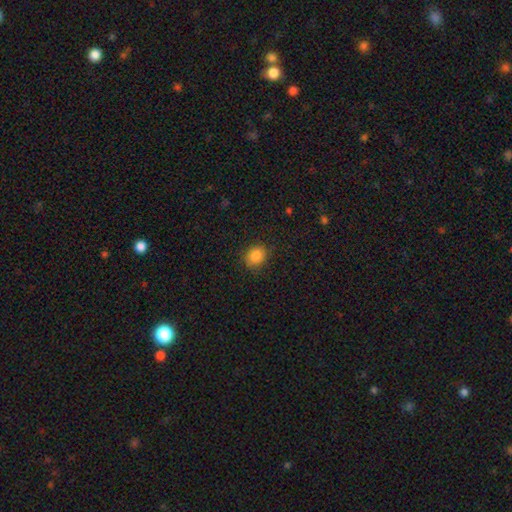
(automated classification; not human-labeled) This is clearly a smooth galaxy (85%). How rounded: likely round (72%). Merging: clearly none (86%).